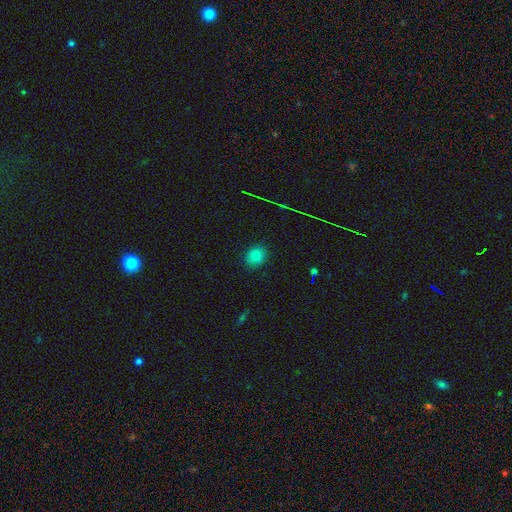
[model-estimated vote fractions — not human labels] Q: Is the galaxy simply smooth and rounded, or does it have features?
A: smooth — 78%.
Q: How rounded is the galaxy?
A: round — 59%.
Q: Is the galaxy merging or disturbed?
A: none — 88%.